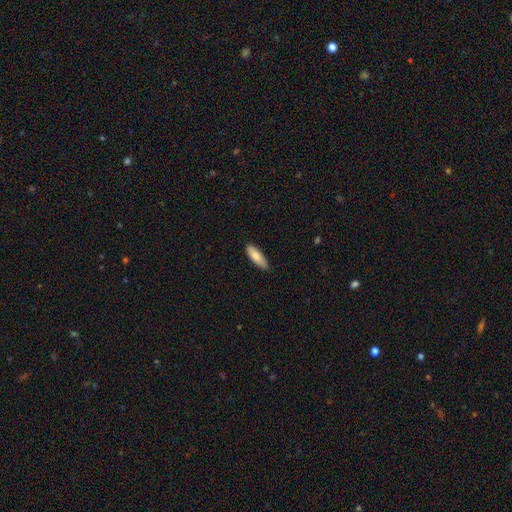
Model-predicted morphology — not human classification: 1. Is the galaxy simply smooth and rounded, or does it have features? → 82% smooth, 12% featured or disk, 6% star or artifact.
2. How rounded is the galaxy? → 50% in between, 48% cigar-shaped, 2% round.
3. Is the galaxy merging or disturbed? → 86% none, 11% minor disturbance, 2% major disturbance, 1% merger.